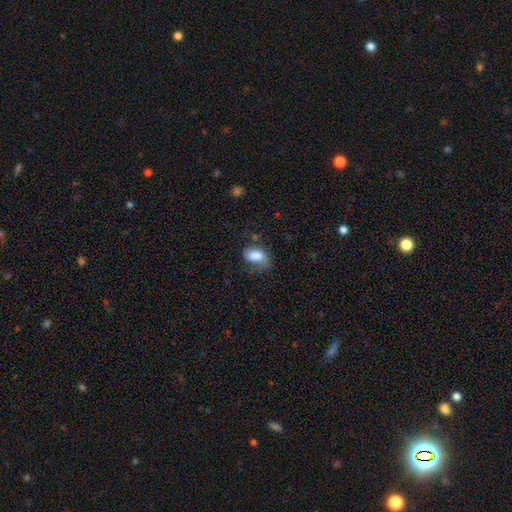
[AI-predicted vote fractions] This appears to be a smooth galaxy with no disk features (71%) that is in between round and cigar-shaped (85%). Merging: none (44%).